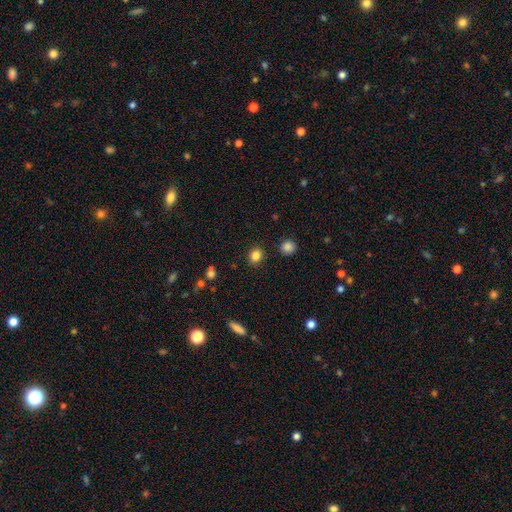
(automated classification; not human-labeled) This is clearly a smooth galaxy (84%). How rounded: likely round (71%). Merging: clearly none (89%).